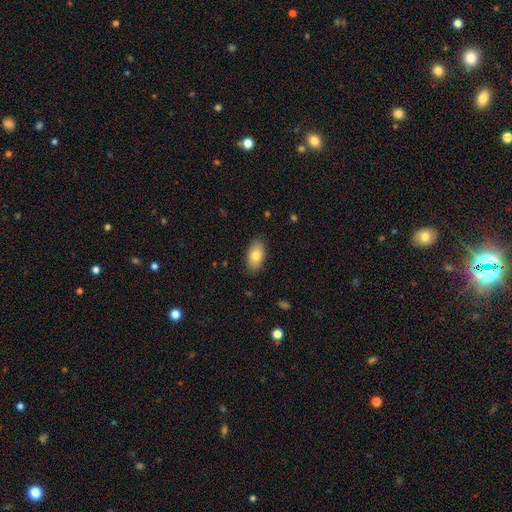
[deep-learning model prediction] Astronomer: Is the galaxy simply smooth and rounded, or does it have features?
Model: smooth — 77%.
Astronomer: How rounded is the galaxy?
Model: in between — 92%.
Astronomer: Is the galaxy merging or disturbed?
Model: none — 87%.